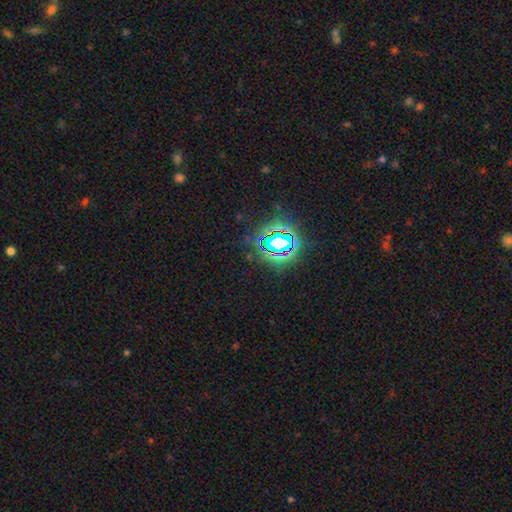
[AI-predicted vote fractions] Q: Smooth or featured?
A: star or artifact (81%); runner-up: smooth (12%)